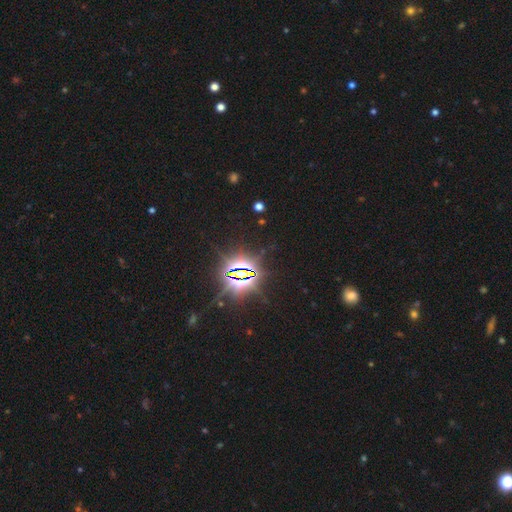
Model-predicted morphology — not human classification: Smooth or featured? star or artifact (85%)